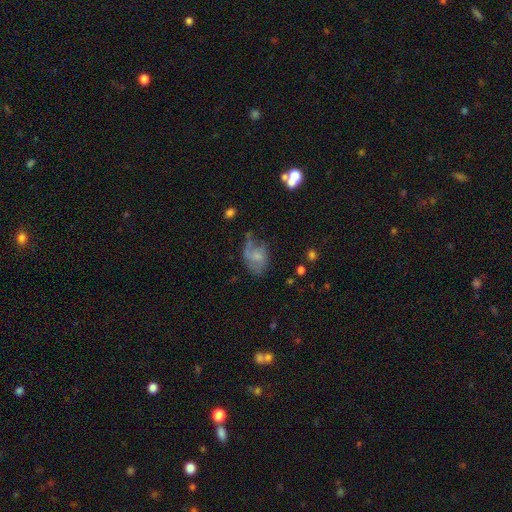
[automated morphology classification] Smooth or featured? smooth (48%)
Merging? none (36%)